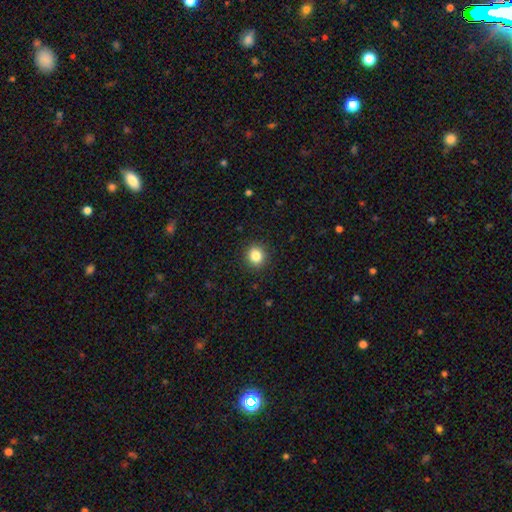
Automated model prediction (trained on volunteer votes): smooth 84%, star or artifact 11%, featured or disk 5%. Down the decision tree: how rounded — round (86%); merging — none (91%).